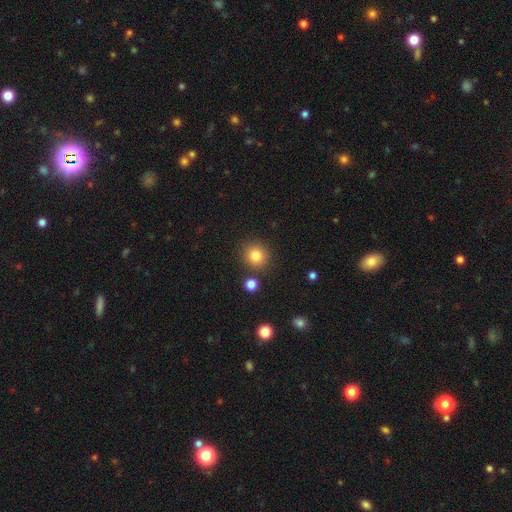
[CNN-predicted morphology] Smooth or featured: smooth — 83% (star or artifact — 11%)
How rounded: round — 90% (in between — 9%)
Merging: none — 85% (minor disturbance — 7%)